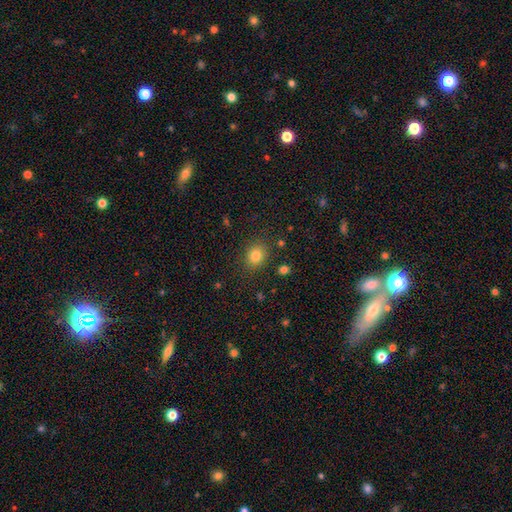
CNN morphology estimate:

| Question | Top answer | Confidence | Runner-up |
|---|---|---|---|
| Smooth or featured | smooth | 82% | star or artifact (12%) |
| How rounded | round | 65% | in between (34%) |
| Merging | none | 85% | minor disturbance (10%) |